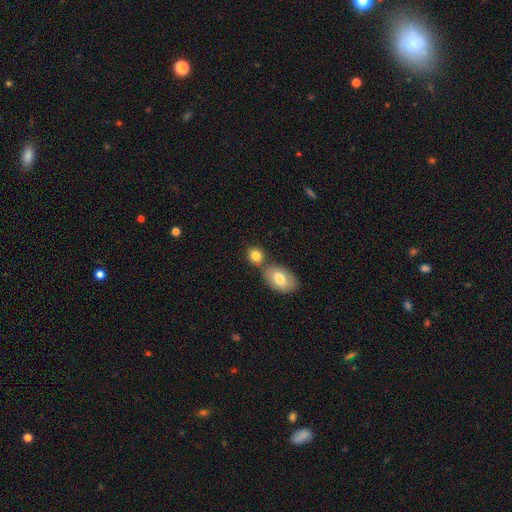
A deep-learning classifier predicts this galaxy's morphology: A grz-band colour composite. It shows a smooth galaxy with no disk features (82%) that is round (63%). Merging: none (52%).